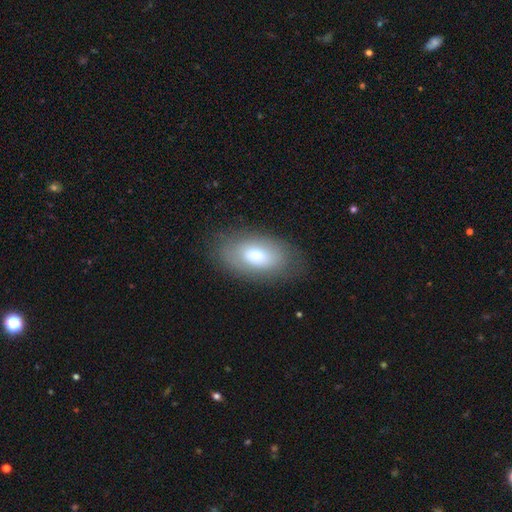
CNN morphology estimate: A smooth galaxy with no disk features (70%) that is in between round and cigar-shaped (92%). Merging: none (81%).